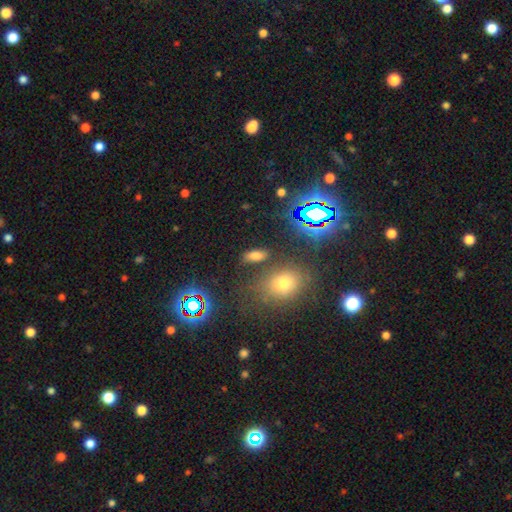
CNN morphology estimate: Smooth or featured? Predicted: smooth (p=0.65). How rounded? Predicted: in between (p=0.79). Merging? Predicted: none (p=0.78).